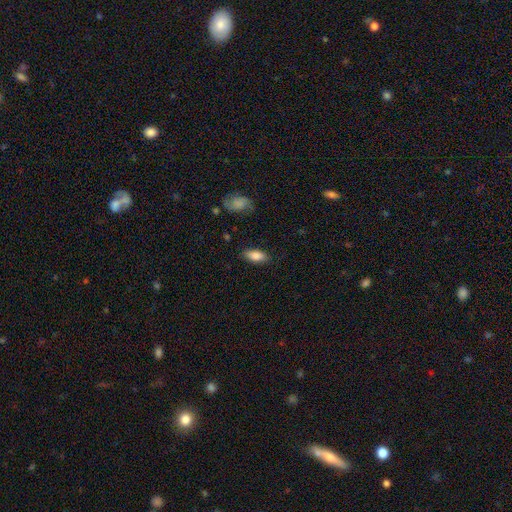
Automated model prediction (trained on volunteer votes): smooth 84%, featured or disk 10%, star or artifact 7%. Down the decision tree: how rounded — in between (84%); merging — none (83%).